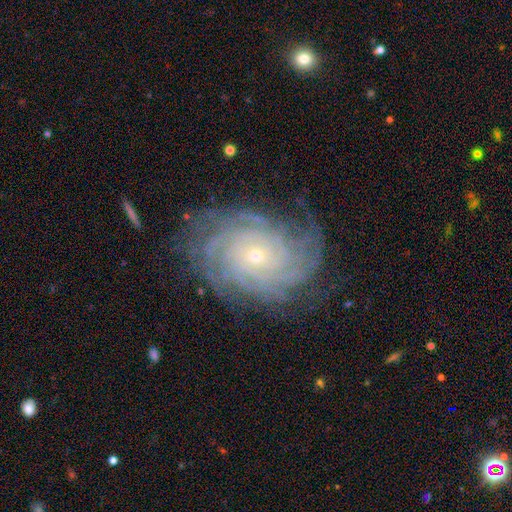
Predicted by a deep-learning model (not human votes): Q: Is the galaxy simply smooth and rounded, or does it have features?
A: featured or disk — 87%.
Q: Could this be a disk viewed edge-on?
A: no — 97%.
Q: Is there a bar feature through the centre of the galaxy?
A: no — 80%.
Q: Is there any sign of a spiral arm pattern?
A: yes — 97%.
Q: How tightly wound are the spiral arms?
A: tight — 81%.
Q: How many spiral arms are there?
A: more than 4 — 31%.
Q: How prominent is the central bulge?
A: small — 79%.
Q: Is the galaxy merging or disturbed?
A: none — 78%.